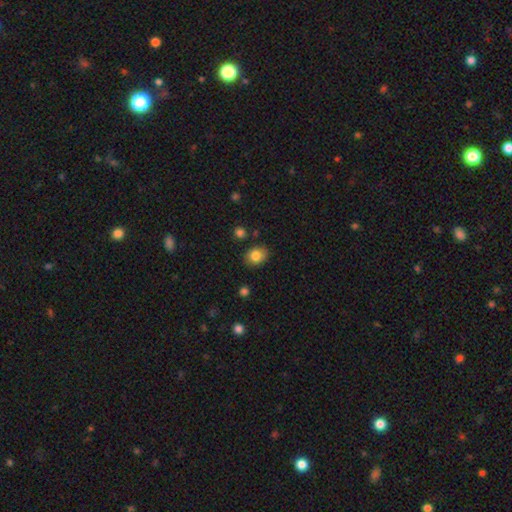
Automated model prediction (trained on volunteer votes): Overall: smooth (82%). How rounded: round (50%; in between 49%). Merging: none (84%).